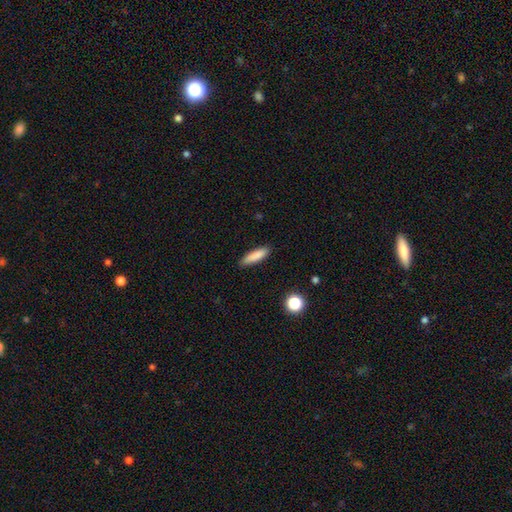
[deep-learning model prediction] The model was most divided on "how rounded": cigar-shaped: 74%, in between: 25%, round: 2%. More confident: merging — none (89%); smooth or featured — smooth (85%).